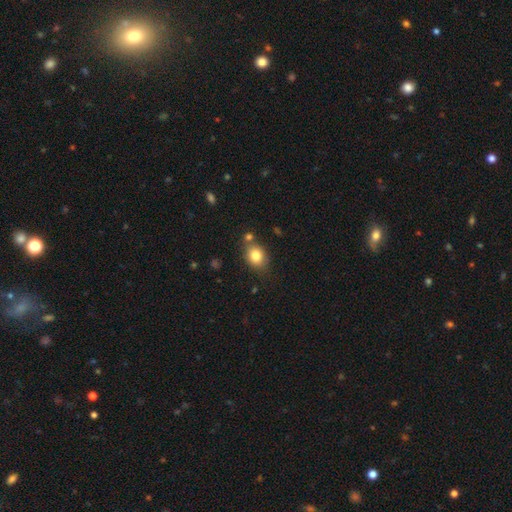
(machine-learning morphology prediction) A smooth galaxy with no disk features (82%) that is in between round and cigar-shaped (50%). Merging: none (71%).